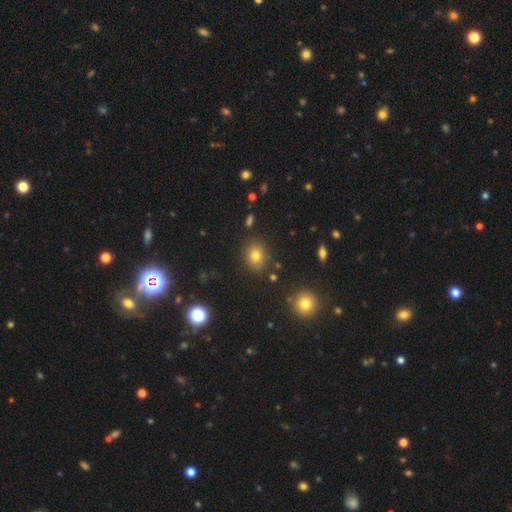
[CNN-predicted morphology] Smooth or featured? Predicted: smooth (p=0.74). How rounded? Predicted: round (p=0.61). Merging? Predicted: none (p=0.85).